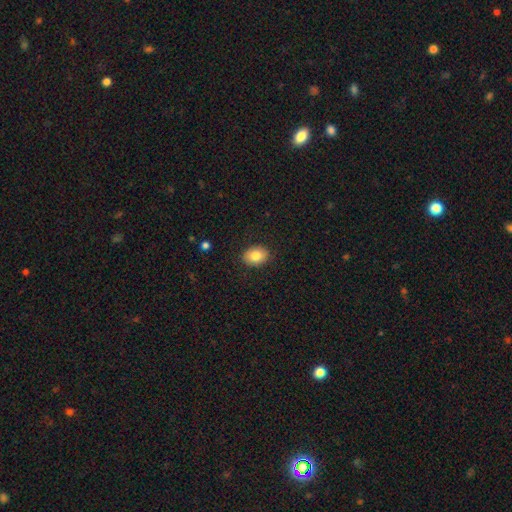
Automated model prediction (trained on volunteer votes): Smooth or featured? smooth (82%)
How rounded? in between (70%)
Merging? none (88%)